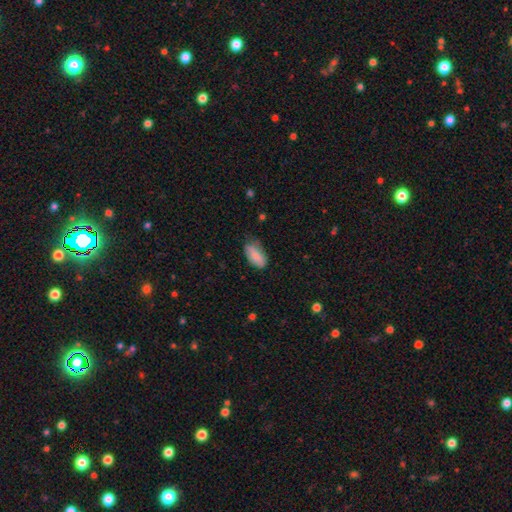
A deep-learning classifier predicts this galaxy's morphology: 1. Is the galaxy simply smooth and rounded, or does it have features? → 85% smooth, 8% featured or disk, 7% star or artifact.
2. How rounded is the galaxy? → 91% in between, 7% cigar-shaped, 3% round.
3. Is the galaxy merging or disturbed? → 60% none, 32% minor disturbance, 7% major disturbance, 2% merger.